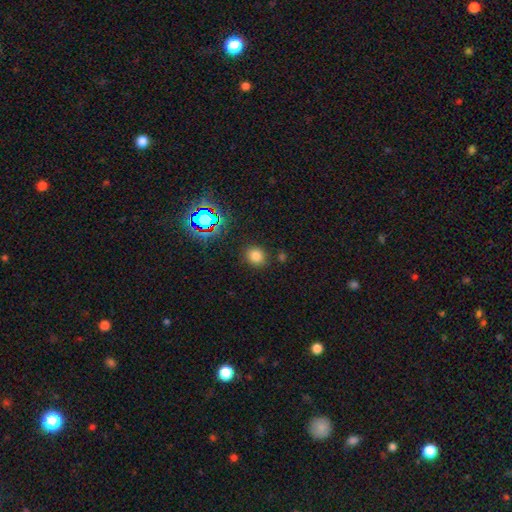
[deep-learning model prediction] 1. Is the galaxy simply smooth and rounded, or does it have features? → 75% smooth, 19% star or artifact, 6% featured or disk.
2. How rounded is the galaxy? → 81% round, 18% in between, 1% cigar-shaped.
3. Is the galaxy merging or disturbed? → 85% none, 9% minor disturbance, 4% merger, 3% major disturbance.